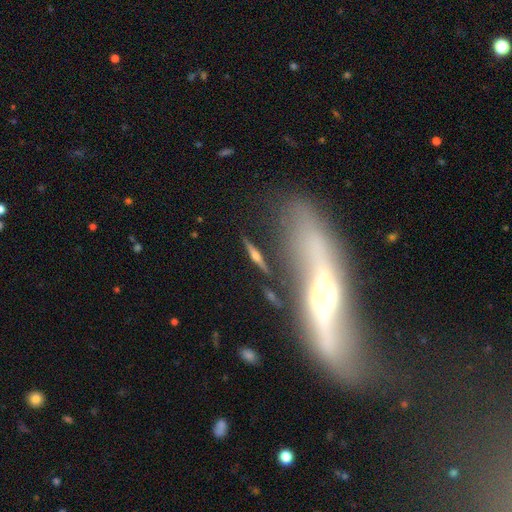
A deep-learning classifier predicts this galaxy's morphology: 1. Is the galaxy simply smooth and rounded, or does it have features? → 67% featured or disk, 23% smooth, 10% star or artifact.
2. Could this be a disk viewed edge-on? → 91% yes, 9% no.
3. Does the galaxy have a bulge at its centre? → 87% rounded, 7% boxy, 6% none.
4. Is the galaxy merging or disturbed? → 80% none, 11% minor disturbance, 5% merger, 4% major disturbance.